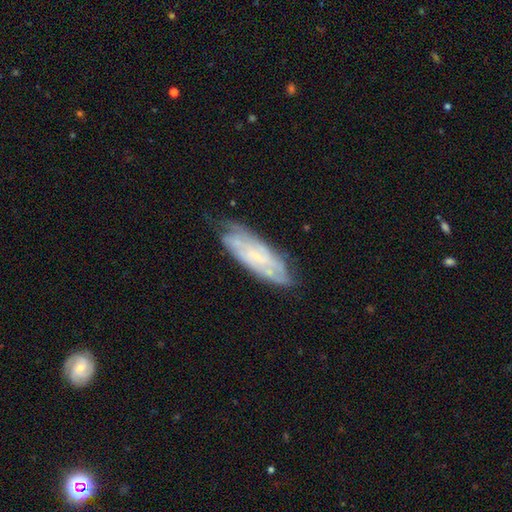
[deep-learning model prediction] smooth-or-featured: featured or disk: 67% | smooth: 26% | star or artifact: 7%
  disk-edge-on: no: 80% | yes: 20%
    bar: no: 58% | weak: 32% | strong: 10%
    has-spiral-arms: yes: 84% | no: 16%
    bulge-size: small: 63% | none: 21% | moderate: 14% | large: 2% | dominant: 1%
  merging: none: 66% | minor disturbance: 25% | major disturbance: 8% | merger: 2%